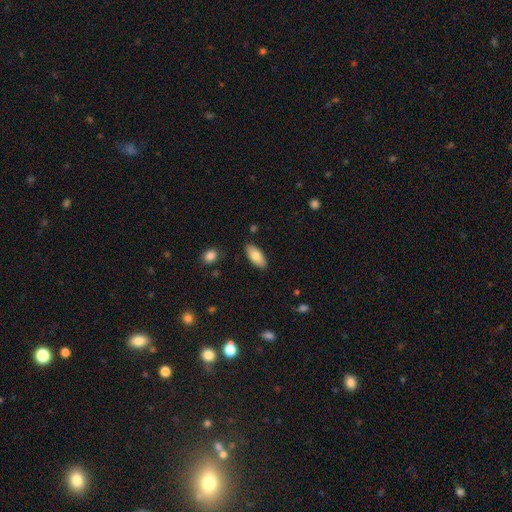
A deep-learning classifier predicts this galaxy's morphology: This is likely a smooth galaxy (78%). How rounded: clearly in between (89%). Merging: clearly none (86%).